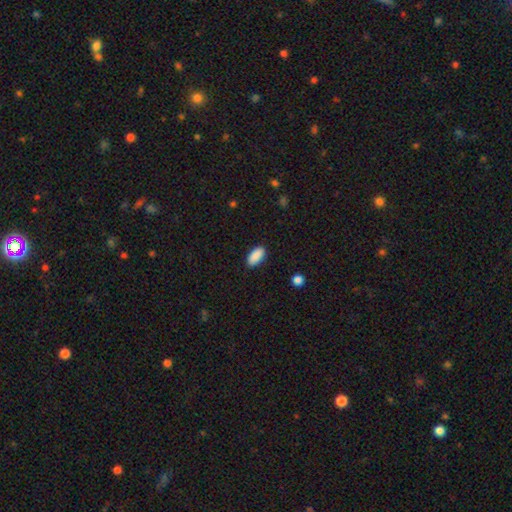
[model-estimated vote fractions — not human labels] Morphology: type=smooth (90%); roundness=in between (92%); merging=none (88%).